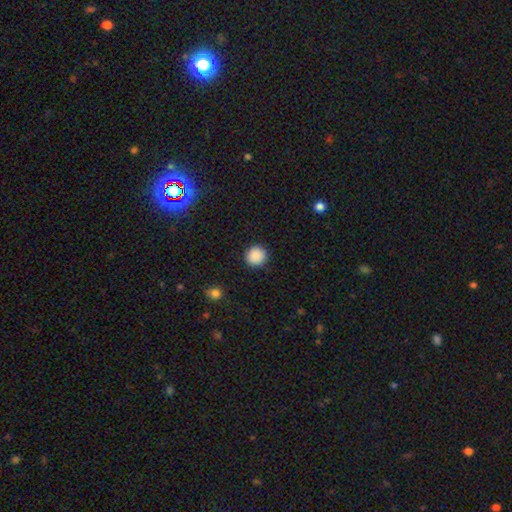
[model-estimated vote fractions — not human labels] This is clearly a smooth galaxy (89%). How rounded: clearly round (94%). Merging: clearly none (92%).